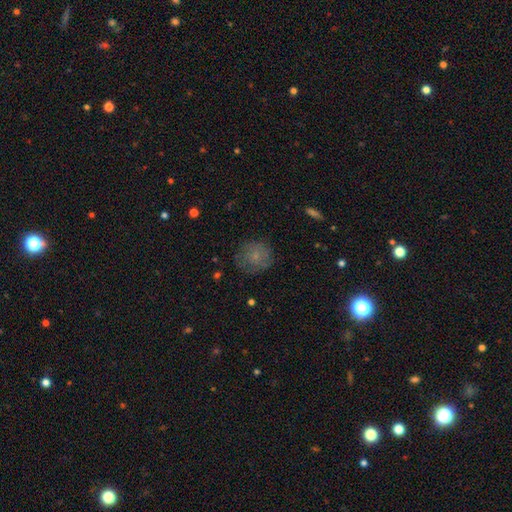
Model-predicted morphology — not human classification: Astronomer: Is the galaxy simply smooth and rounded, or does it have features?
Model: smooth — 70%.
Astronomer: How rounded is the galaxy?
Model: round — 86%.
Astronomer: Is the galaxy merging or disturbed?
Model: none — 73%.